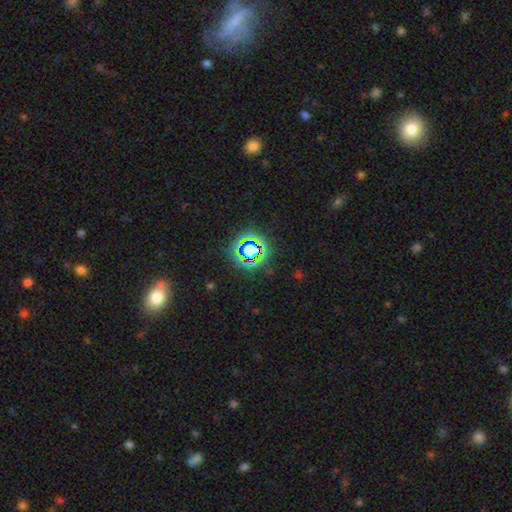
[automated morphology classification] Smooth or featured?
  - star or artifact: 69% *
  - smooth: 20%
  - featured or disk: 11%